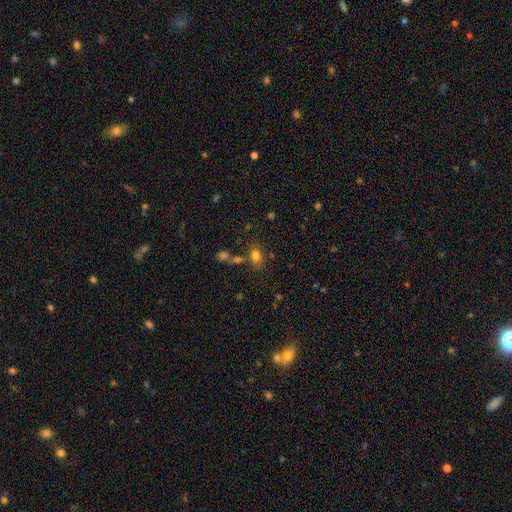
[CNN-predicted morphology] Smooth or featured? smooth (76%)
How rounded? in between (65%)
Merging? none (67%)